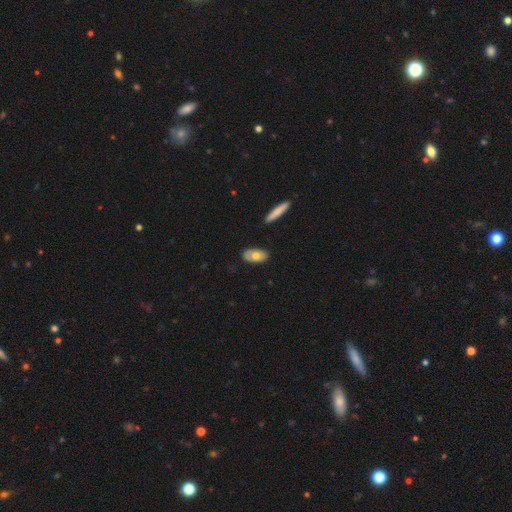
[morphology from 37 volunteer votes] A smooth galaxy with no disk features (68%) that is in between round and cigar-shaped (84%).

Vote fractions:
- Smooth or featured? smooth: 68% / featured or disk: 32% / star or artifact: 0%
- How rounded? in between: 84% / cigar-shaped: 12% / round: 4%
- Merging? none: 86% / minor disturbance: 8% / major disturbance: 3% / merger: 3%